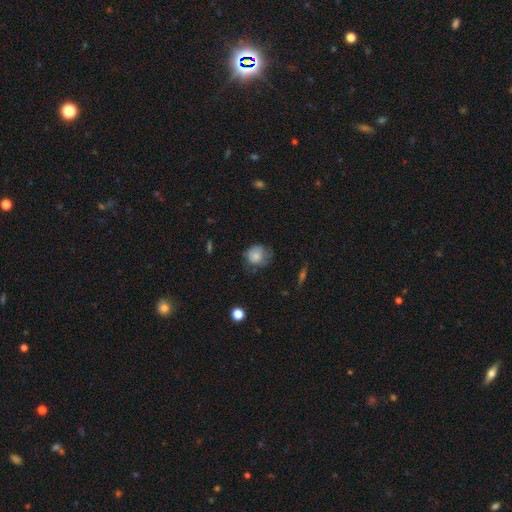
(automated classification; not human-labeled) Overall: smooth (77%). How rounded: round (78%). Merging: none (50%; minor disturbance 33%).